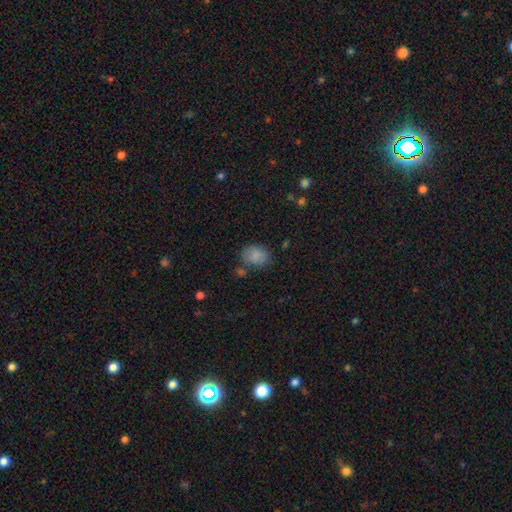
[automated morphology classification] smooth-or-featured: smooth: 85% | star or artifact: 9% | featured or disk: 6%
  how-rounded: in between: 62% | round: 37% | cigar-shaped: 1%
  merging: none: 72% | minor disturbance: 16% | merger: 6% | major disturbance: 5%